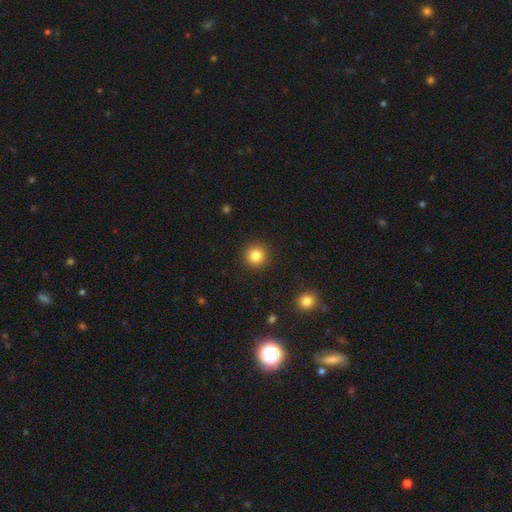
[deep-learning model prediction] smooth-or-featured: smooth: 84% | star or artifact: 11% | featured or disk: 6%
  how-rounded: round: 95% | in between: 5% | cigar-shaped: 1%
  merging: none: 92% | minor disturbance: 5% | major disturbance: 2% | merger: 1%